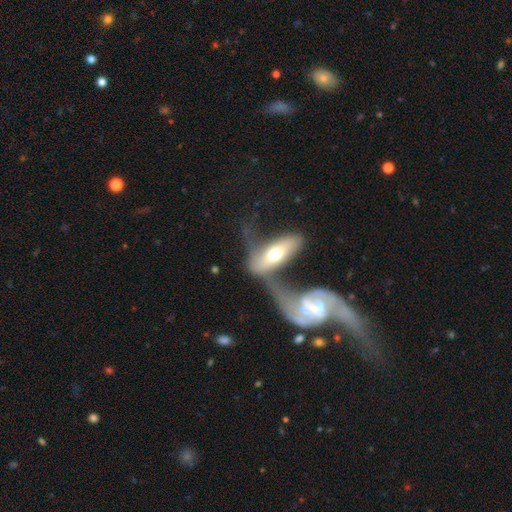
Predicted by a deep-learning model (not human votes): Smooth or featured?
  - featured or disk: 77% *
  - smooth: 14%
  - star or artifact: 8%
Edge-on disk?
  - no: 80% *
  - yes: 20%
Bar?
  - no: 49% *
  - weak: 34%
  - strong: 17%
Spiral arms?
  - yes: 84% *
  - no: 16%
Spiral winding?
  - loose: 61% *
  - medium: 26%
  - tight: 13%
Spiral arm count?
  - 2: 75% *
  - 1: 10%
  - can't tell: 10%
  - 3: 2%
  - 4: 2%
  - more than 4: 2%
Bulge size?
  - moderate: 56% *
  - small: 29%
  - large: 9%
  - none: 4%
  - dominant: 2%
Merging?
  - merger: 69% *
  - none: 14%
  - major disturbance: 10%
  - minor disturbance: 7%